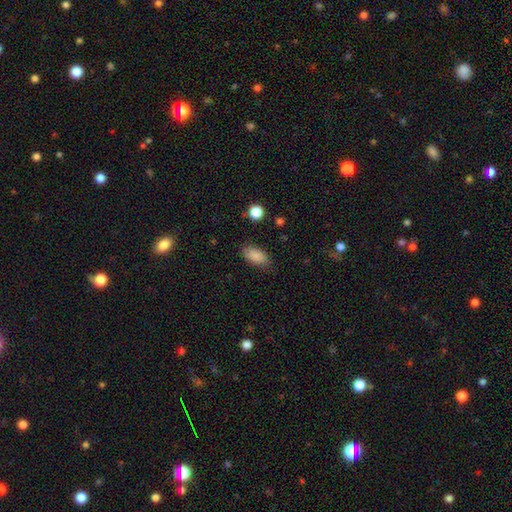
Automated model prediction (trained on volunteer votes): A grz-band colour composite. It shows a smooth galaxy with no disk features (87%) that is in between round and cigar-shaped (91%). Merging: none (80%).